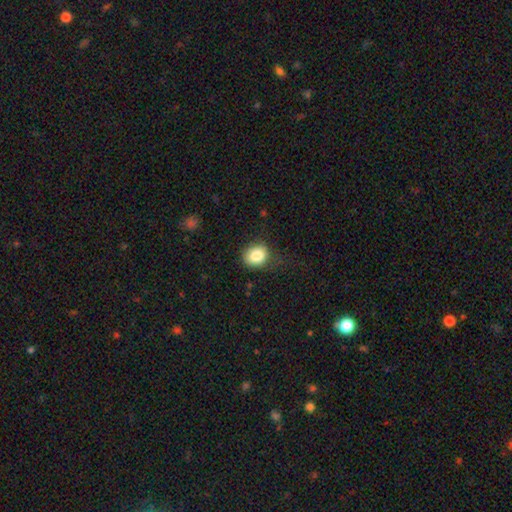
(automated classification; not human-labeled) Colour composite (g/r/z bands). It shows a smooth galaxy with no disk features (85%) that is round (60%). Merging: none (69%).